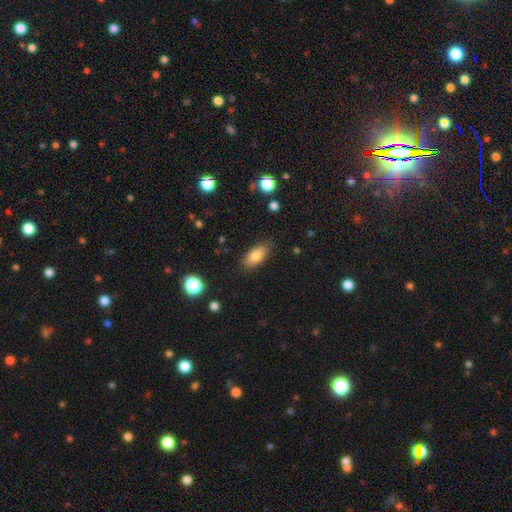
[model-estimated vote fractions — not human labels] smooth-or-featured: smooth: 82% | featured or disk: 10% | star or artifact: 8%
  how-rounded: in between: 87% | cigar-shaped: 9% | round: 4%
  merging: none: 84% | minor disturbance: 12% | major disturbance: 3% | merger: 1%